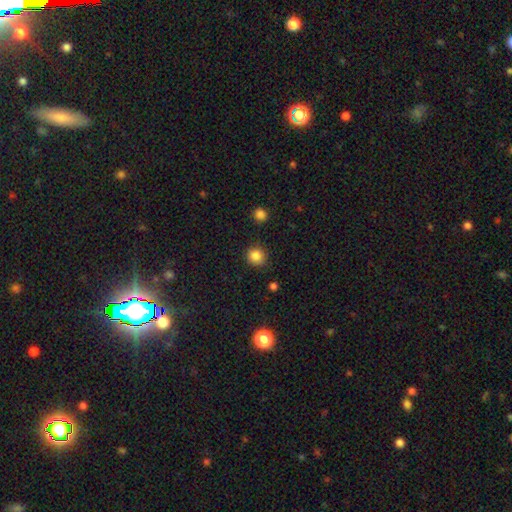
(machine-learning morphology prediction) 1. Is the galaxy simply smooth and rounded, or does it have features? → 84% smooth, 12% star or artifact, 4% featured or disk.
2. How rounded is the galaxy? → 90% round, 9% in between, 1% cigar-shaped.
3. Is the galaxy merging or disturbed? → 87% none, 9% minor disturbance, 2% major disturbance, 2% merger.